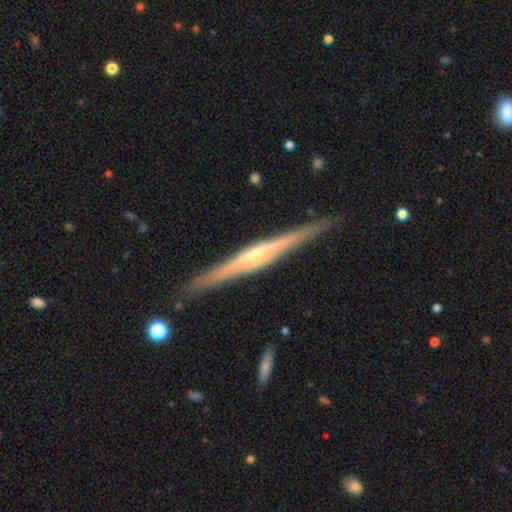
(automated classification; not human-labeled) A featured or disk galaxy (83%) viewed edge-on (98%) with a rounded central bulge (78%). Merging: none (90%).